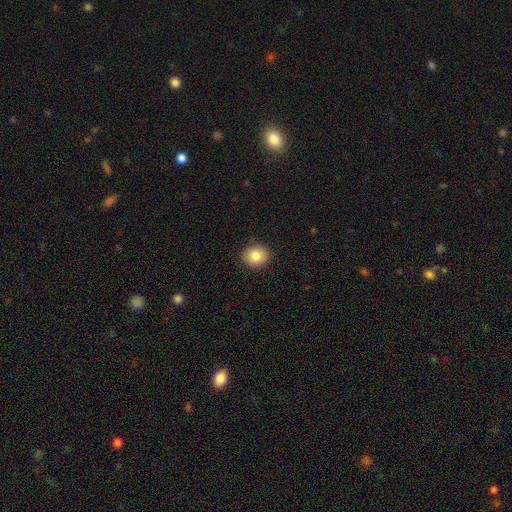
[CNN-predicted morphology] Q: Smooth or featured?
A: smooth (83%); runner-up: star or artifact (9%)
Q: How rounded?
A: round (74%); runner-up: in between (25%)
Q: Merging?
A: none (91%); runner-up: minor disturbance (7%)